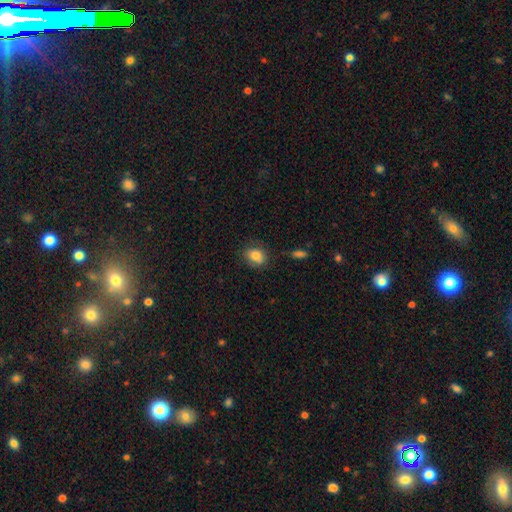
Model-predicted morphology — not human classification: Smooth or featured? smooth (82%)
How rounded? in between (58%)
Merging? none (75%)